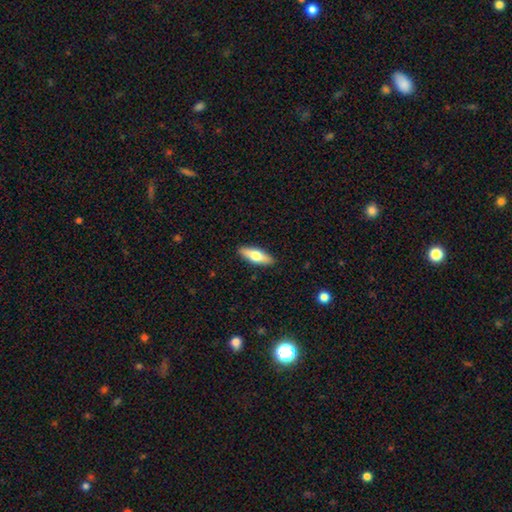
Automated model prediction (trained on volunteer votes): Smooth or featured? Predicted: smooth (p=0.60). How rounded? Predicted: in between (p=0.56). Merging? Predicted: none (p=0.90).